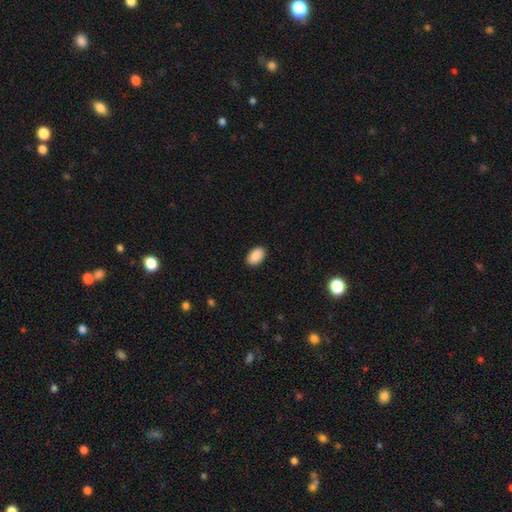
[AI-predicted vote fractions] Q: Smooth or featured?
A: smooth (91%); runner-up: star or artifact (7%)
Q: How rounded?
A: in between (93%); runner-up: round (6%)
Q: Merging?
A: none (90%); runner-up: minor disturbance (7%)